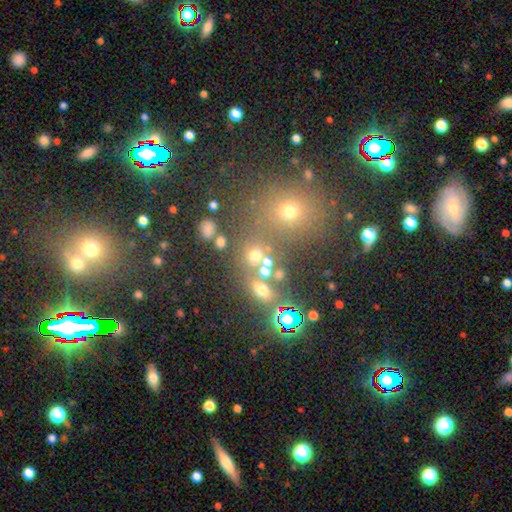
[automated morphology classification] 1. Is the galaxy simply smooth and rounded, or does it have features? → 61% smooth, 25% star or artifact, 14% featured or disk.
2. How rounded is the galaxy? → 69% round, 29% in between, 2% cigar-shaped.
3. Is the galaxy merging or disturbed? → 54% none, 27% merger, 11% minor disturbance, 8% major disturbance.